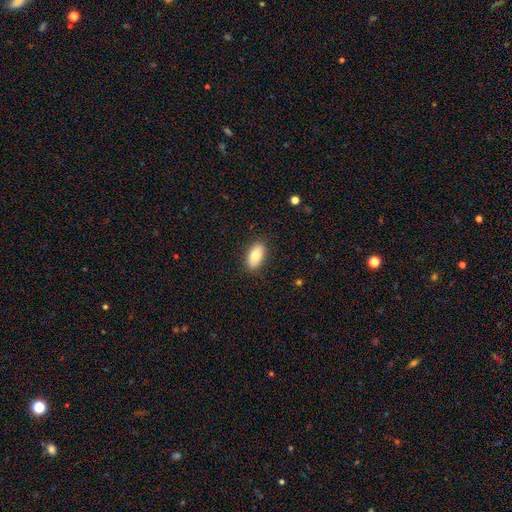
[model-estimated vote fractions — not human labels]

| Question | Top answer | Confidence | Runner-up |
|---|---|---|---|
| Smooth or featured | smooth | 80% | featured or disk (13%) |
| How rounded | in between | 92% | round (4%) |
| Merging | none | 87% | minor disturbance (10%) |